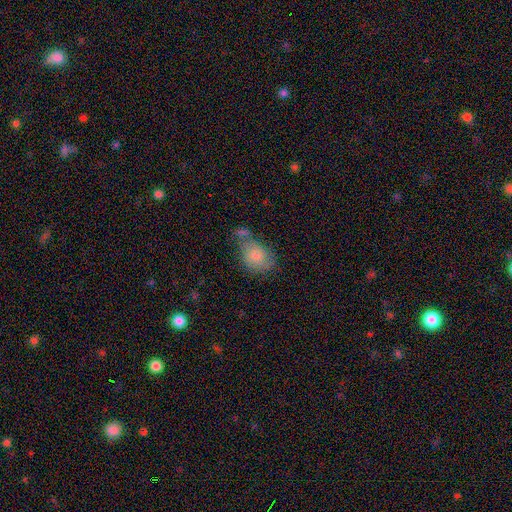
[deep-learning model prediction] smooth_or_featured: smooth (p=0.75) [alt: featured or disk p=0.17]
how_rounded: in between (p=0.66) [alt: round p=0.33]
merging: none (p=0.36) [alt: merger p=0.29]